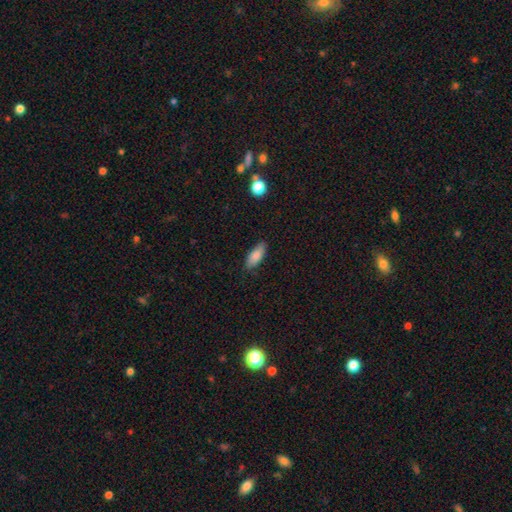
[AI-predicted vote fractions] Smooth or featured? Predicted: smooth (p=0.84). How rounded? Predicted: in between (p=0.75). Merging? Predicted: none (p=0.83).